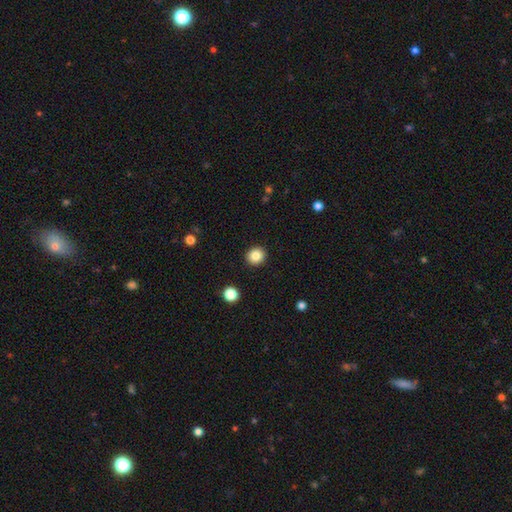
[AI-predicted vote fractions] Smooth or featured? Predicted: smooth (p=0.86). How rounded? Predicted: round (p=0.88). Merging? Predicted: none (p=0.92).